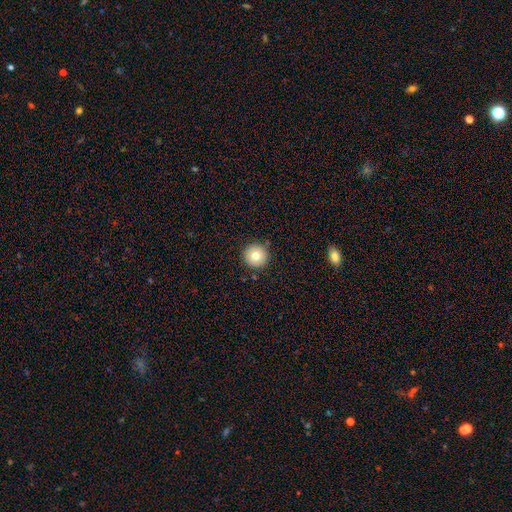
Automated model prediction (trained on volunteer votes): Morphology: type=smooth (77%); roundness=round (96%); merging=none (90%).